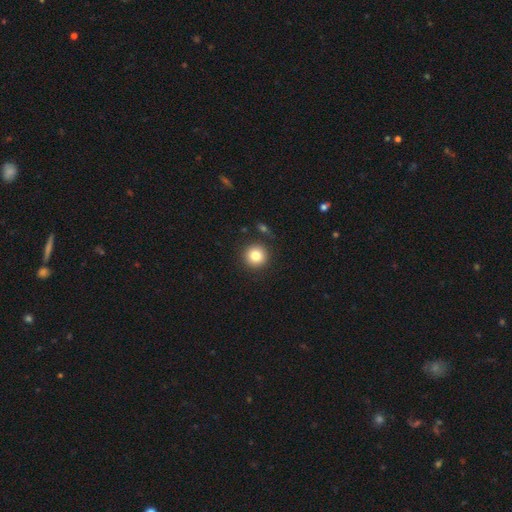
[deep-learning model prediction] Smooth or featured? smooth (83%)
How rounded? round (95%)
Merging? none (88%)